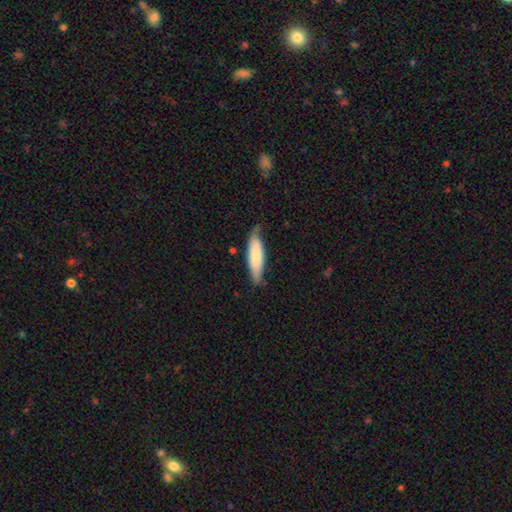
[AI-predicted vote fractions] Smooth or featured?
  - smooth: 74% *
  - featured or disk: 21%
  - star or artifact: 5%
How rounded?
  - cigar-shaped: 64% *
  - in between: 35%
  - round: 1%
Merging?
  - none: 68% *
  - minor disturbance: 25%
  - major disturbance: 5%
  - merger: 2%